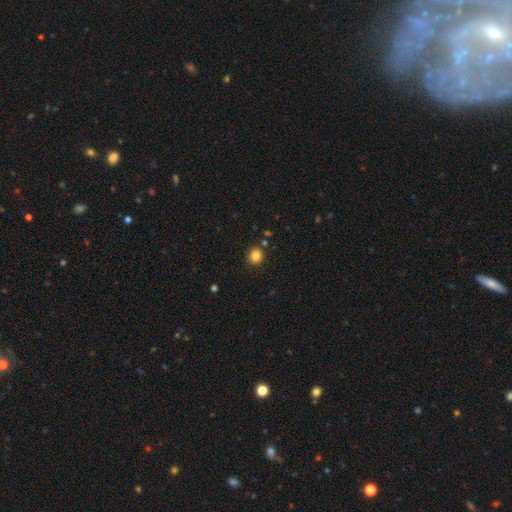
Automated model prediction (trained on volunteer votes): smooth-or-featured: smooth: 84% | star or artifact: 11% | featured or disk: 4%
  how-rounded: round: 81% | in between: 18% | cigar-shaped: 1%
  merging: none: 85% | minor disturbance: 9% | merger: 3% | major disturbance: 3%